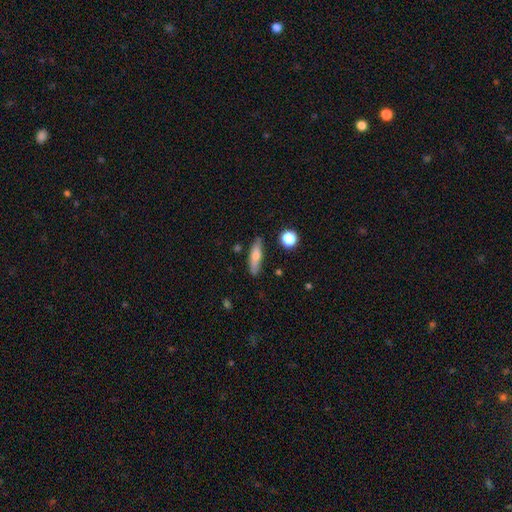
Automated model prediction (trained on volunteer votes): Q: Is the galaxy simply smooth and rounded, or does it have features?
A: smooth — 63%.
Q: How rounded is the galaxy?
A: cigar-shaped — 73%.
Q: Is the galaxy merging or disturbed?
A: none — 83%.